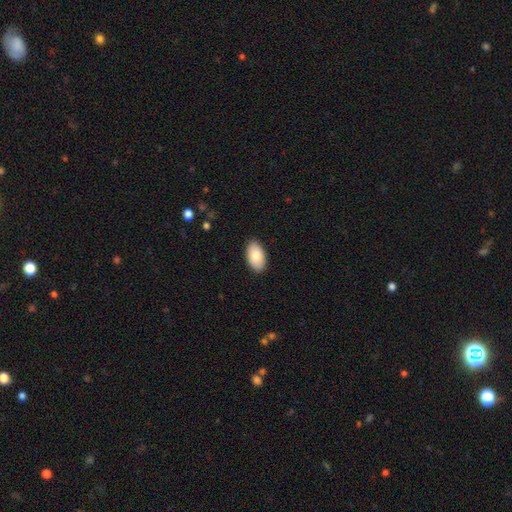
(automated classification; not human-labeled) This appears to be a smooth galaxy with no disk features (83%) that is in between round and cigar-shaped (95%). Merging: none (89%).